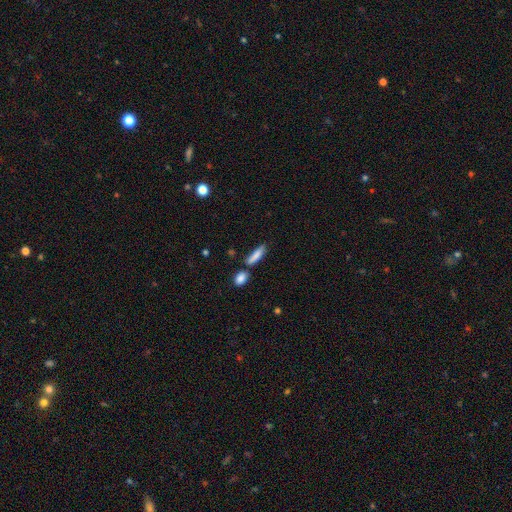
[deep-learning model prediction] Q: Smooth or featured?
A: smooth (83%); runner-up: featured or disk (11%)
Q: How rounded?
A: cigar-shaped (66%); runner-up: in between (31%)
Q: Merging?
A: none (61%); runner-up: minor disturbance (18%)